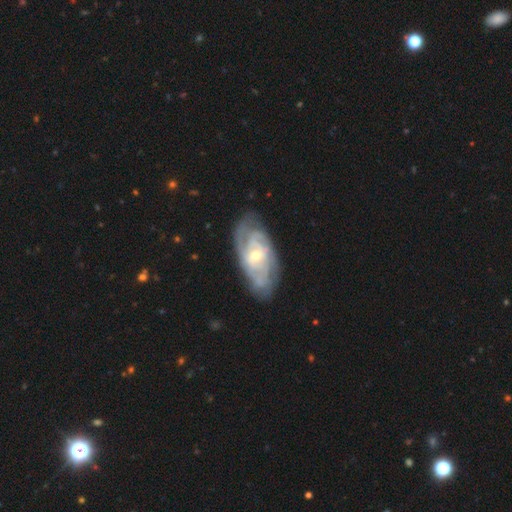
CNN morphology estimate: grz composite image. It shows a featured or disk galaxy (84%) with no bar (62%), tight (67%) spiral arms (94%) and a small central bulge (52%). Merging: none (75%).